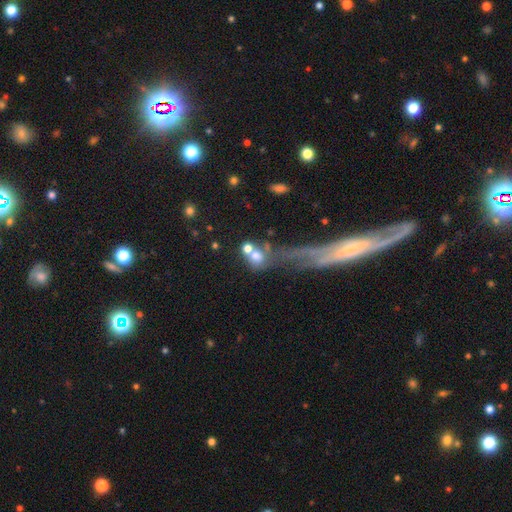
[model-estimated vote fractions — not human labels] smooth-or-featured: smooth: 66% | featured or disk: 20% | star or artifact: 14%
  how-rounded: round: 69% | in between: 28% | cigar-shaped: 4%
  merging: merger: 49% | none: 27% | major disturbance: 15% | minor disturbance: 9%